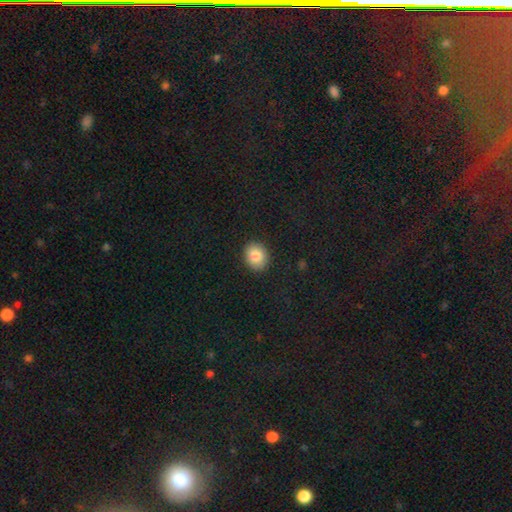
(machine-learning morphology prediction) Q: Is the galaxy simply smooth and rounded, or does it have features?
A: smooth — 87%.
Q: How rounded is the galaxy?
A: in between — 50%.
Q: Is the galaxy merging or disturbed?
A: none — 89%.